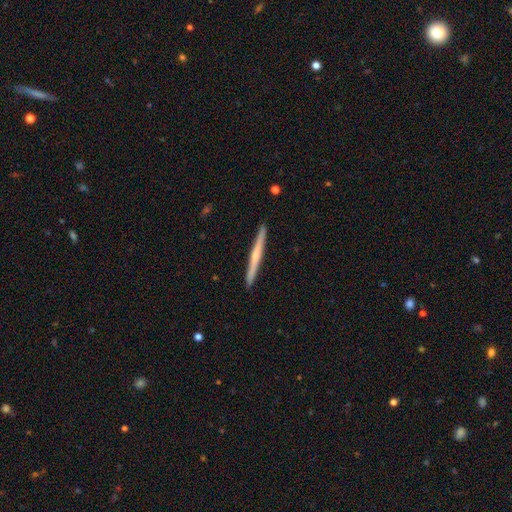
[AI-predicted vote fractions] This appears to be a featured or disk galaxy (54%) viewed edge-on (98%) with no central bulge (55%). Merging: none (93%).